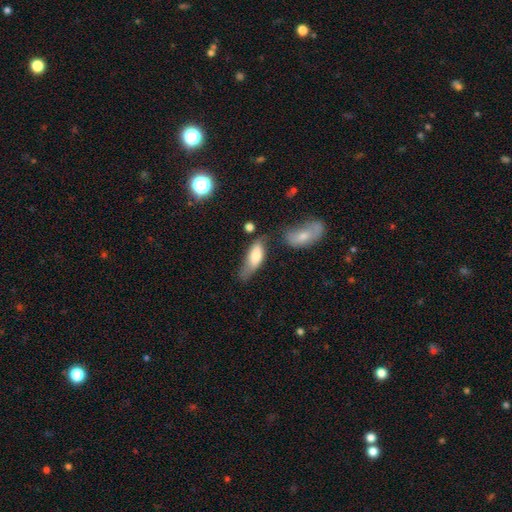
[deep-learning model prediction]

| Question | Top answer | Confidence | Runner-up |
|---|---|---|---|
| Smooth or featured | smooth | 69% | featured or disk (24%) |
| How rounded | in between | 70% | cigar-shaped (27%) |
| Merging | none | 40% | minor disturbance (32%) |